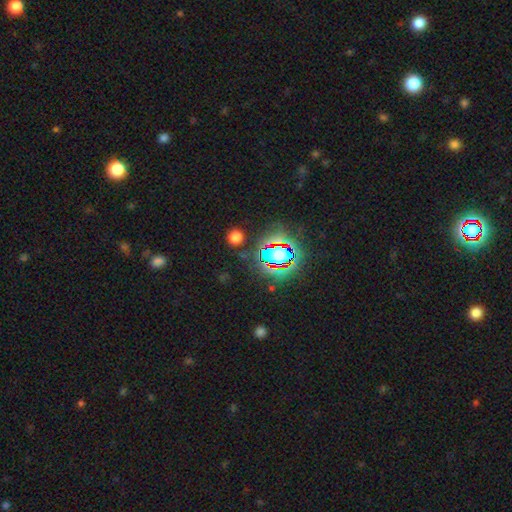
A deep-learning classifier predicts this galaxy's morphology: Overall: star or artifact (80%).